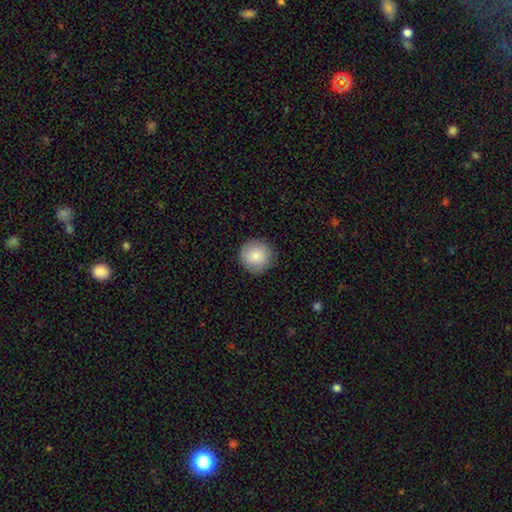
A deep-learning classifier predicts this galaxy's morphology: type=smooth (85%); roundness=round (94%); merging=none (89%).